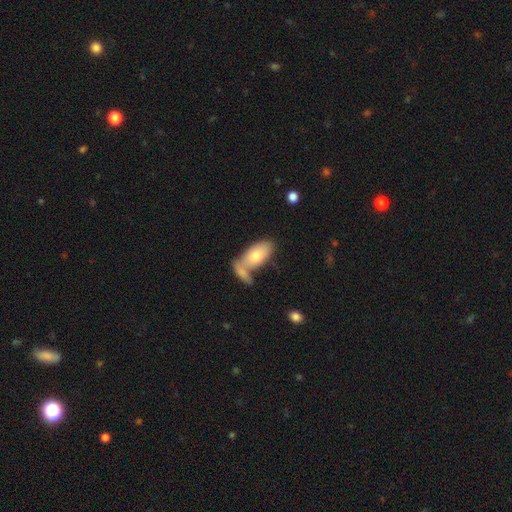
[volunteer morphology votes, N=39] This appears to be a smooth galaxy with no disk features (82%) that is in between round and cigar-shaped (94%). Merging: none (47%, tied with merger).